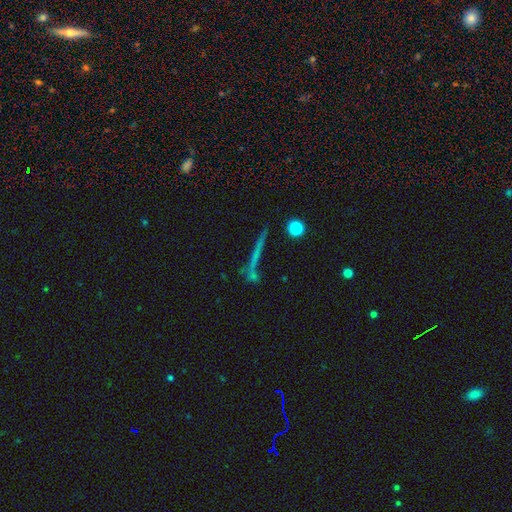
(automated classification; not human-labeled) This appears to be a featured or disk galaxy (41%). Merging: none (71%).